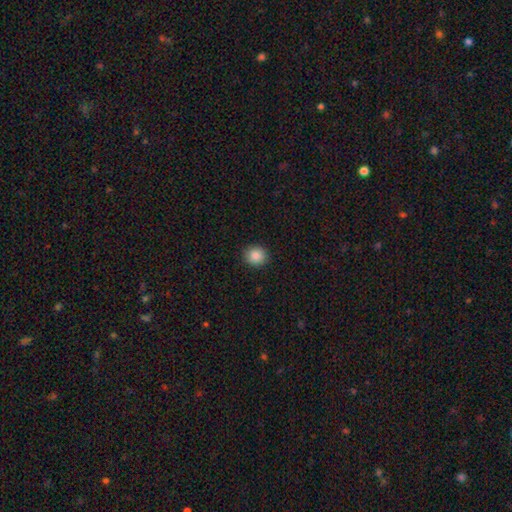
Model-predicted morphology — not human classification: A smooth galaxy with no disk features (87%) that is round (87%). Merging: none (92%).